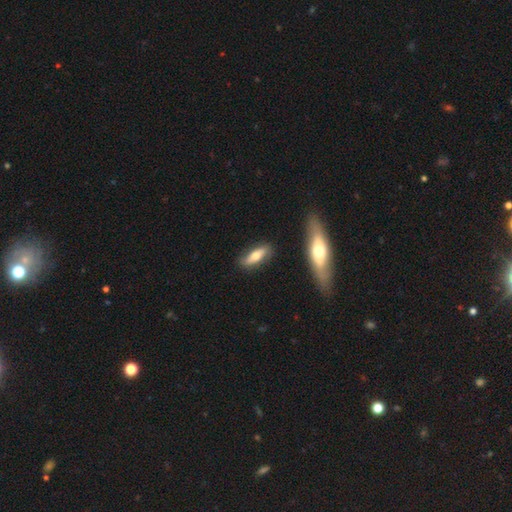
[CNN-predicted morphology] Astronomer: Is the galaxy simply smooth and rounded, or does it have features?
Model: smooth — 58% (runner-up: featured or disk, 36%).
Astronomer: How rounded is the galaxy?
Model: cigar-shaped — 51% (runner-up: in between, 47%).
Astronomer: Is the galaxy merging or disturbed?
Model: none — 79%.